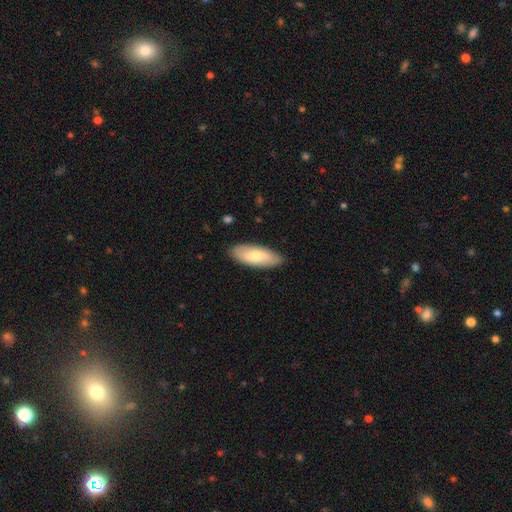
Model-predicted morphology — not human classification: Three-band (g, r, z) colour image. It shows a smooth galaxy with no disk features (69%) that is in between round and cigar-shaped (77%). Merging: none (87%).